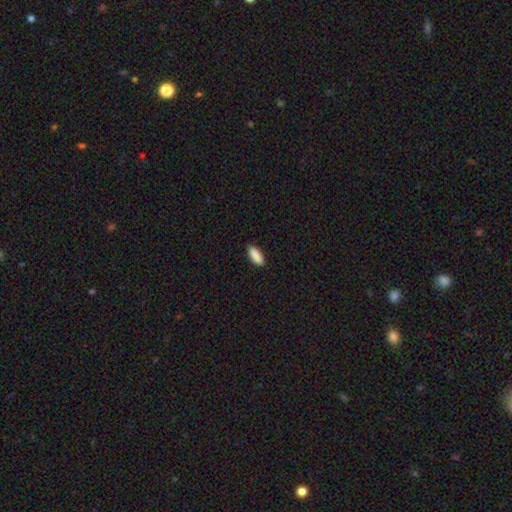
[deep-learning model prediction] Smooth or featured? Predicted: smooth (p=0.90). How rounded? Predicted: in between (p=0.75). Merging? Predicted: none (p=0.90).